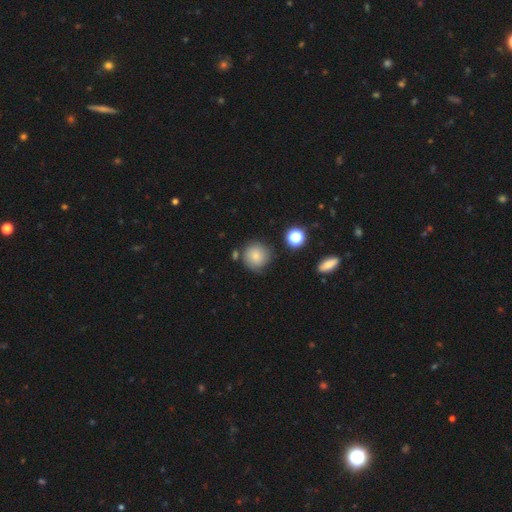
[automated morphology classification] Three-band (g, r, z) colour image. It shows a smooth galaxy with no disk features (79%) that is round (92%). Merging: none (76%).